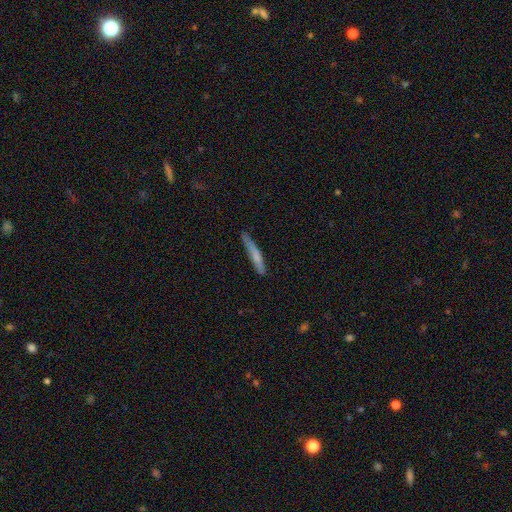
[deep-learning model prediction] Smooth or featured?
  - smooth: 67% *
  - featured or disk: 27%
  - star or artifact: 6%
How rounded?
  - cigar-shaped: 95% *
  - in between: 4%
  - round: 1%
Merging?
  - none: 73% *
  - minor disturbance: 21%
  - major disturbance: 4%
  - merger: 2%